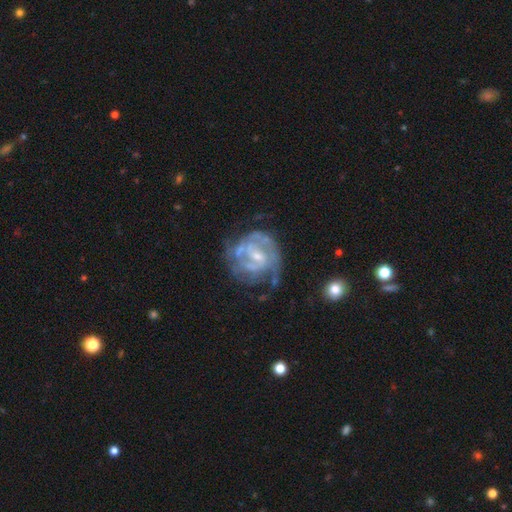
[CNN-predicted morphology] Q: Smooth or featured?
A: featured or disk (84%); runner-up: smooth (10%)
Q: Edge-on disk?
A: no (98%); runner-up: yes (2%)
Q: Bar?
A: weak (51%); runner-up: no (34%)
Q: Spiral arms?
A: yes (86%); runner-up: no (14%)
Q: Spiral winding?
A: tight (50%); runner-up: medium (38%)
Q: Spiral arm count?
A: 2 (39%); runner-up: can't tell (32%)
Q: Bulge size?
A: small (57%); runner-up: moderate (35%)
Q: Merging?
A: none (50%); runner-up: minor disturbance (24%)